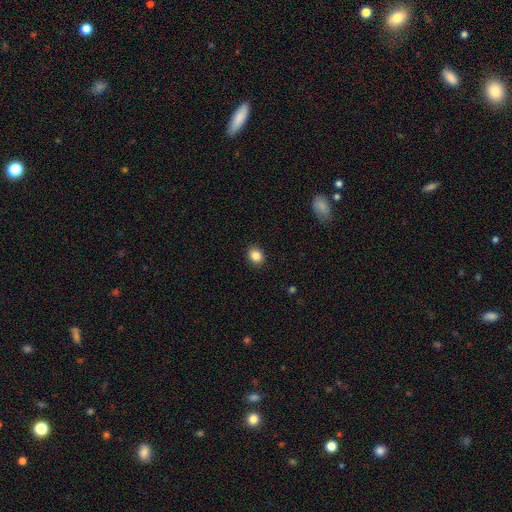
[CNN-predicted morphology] smooth_or_featured: smooth (p=0.86) [alt: star or artifact p=0.10]
how_rounded: round (p=0.61) [alt: in between p=0.38]
merging: none (p=0.90) [alt: minor disturbance p=0.07]